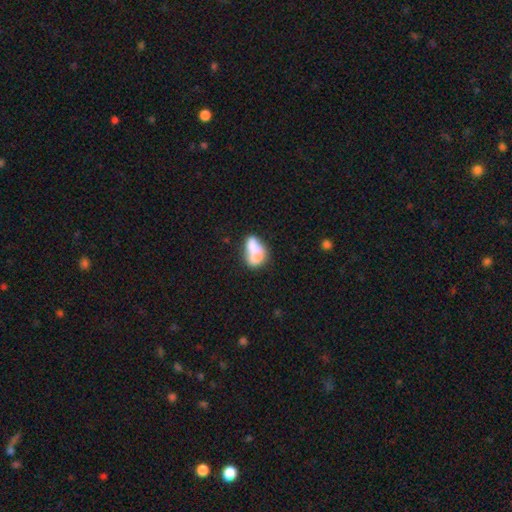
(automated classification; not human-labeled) Smooth or featured? Predicted: smooth (p=0.73). How rounded? Predicted: in between (p=0.86). Merging? Predicted: none (p=0.34).